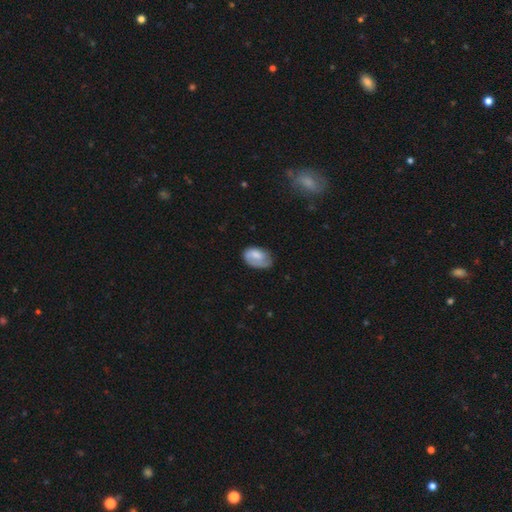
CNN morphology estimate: Smooth or featured: smooth — 65% (featured or disk — 29%)
How rounded: in between — 88% (round — 11%)
Merging: none — 53% (minor disturbance — 32%)